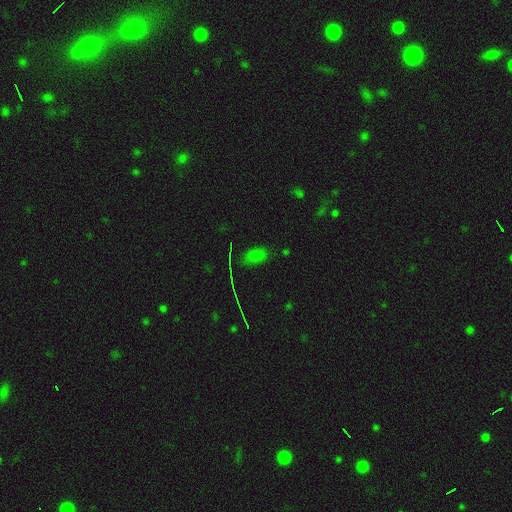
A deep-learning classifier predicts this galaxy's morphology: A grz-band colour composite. It shows a smooth galaxy with no disk features (66%) that is in between round and cigar-shaped (89%). Merging: none (75%).